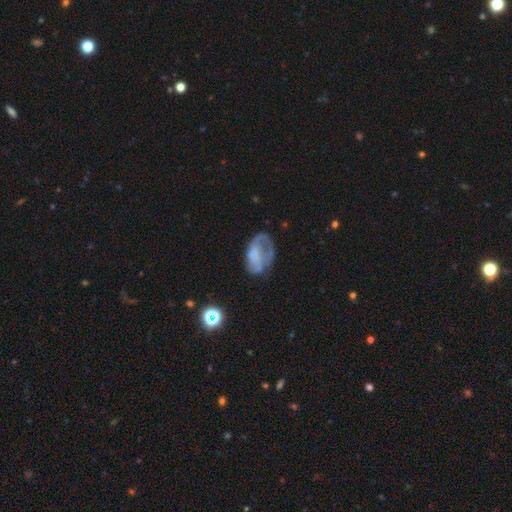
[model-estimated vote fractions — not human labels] This appears to be a featured or disk galaxy (55%) with no bar (79%), no spiral arms (50%, tied with yes) and no central bulge (65%). Merging: none (38%).